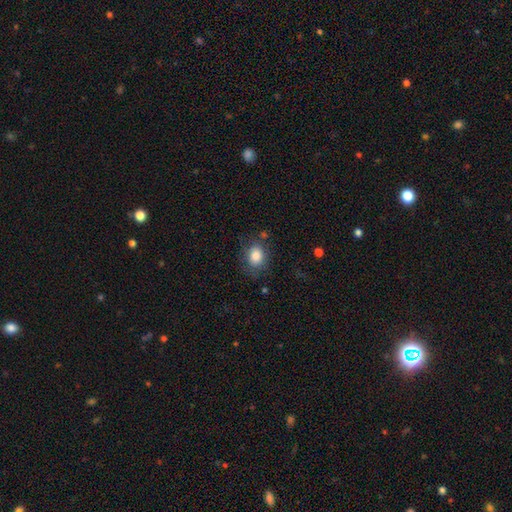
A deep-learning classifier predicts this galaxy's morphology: smooth 83%, star or artifact 9%, featured or disk 8%. Down the decision tree: how rounded — in between (53%); merging — none (73%).